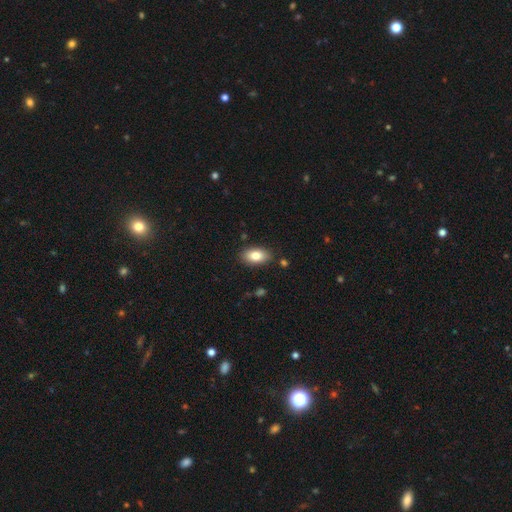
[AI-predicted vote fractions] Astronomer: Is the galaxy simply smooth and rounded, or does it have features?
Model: smooth — 83%.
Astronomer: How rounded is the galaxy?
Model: in between — 92%.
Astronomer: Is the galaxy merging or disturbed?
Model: none — 86%.